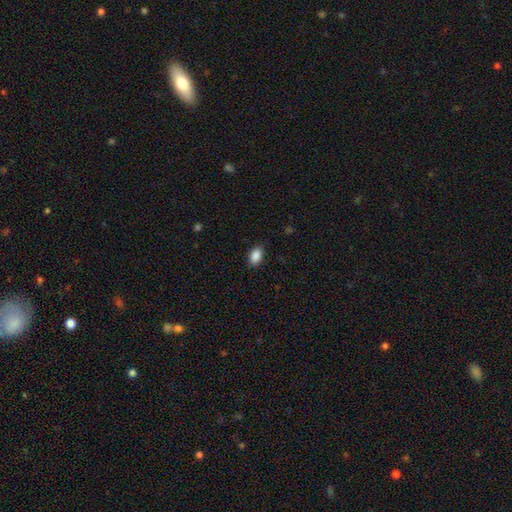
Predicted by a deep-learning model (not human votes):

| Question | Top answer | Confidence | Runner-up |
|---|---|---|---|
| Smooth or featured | smooth | 89% | star or artifact (8%) |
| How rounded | in between | 88% | round (11%) |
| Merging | none | 86% | minor disturbance (11%) |